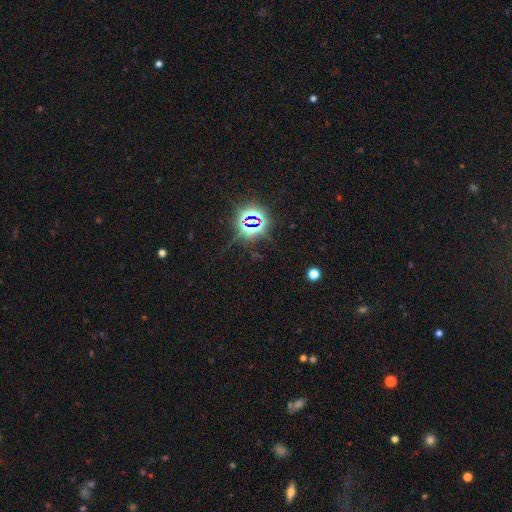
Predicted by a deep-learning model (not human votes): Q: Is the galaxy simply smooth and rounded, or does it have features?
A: star or artifact — 81%.